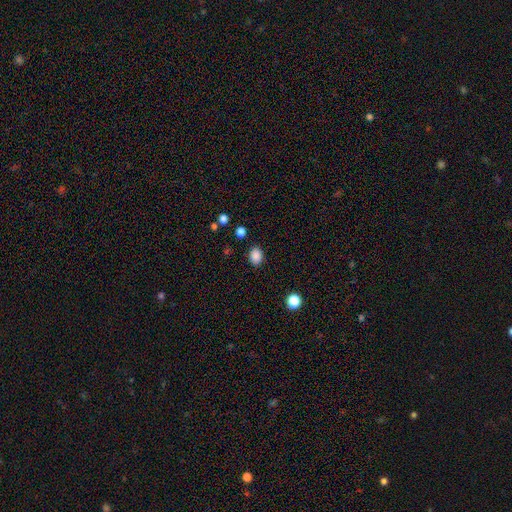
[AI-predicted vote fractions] The model was most divided on "how rounded": in between: 59%, round: 40%, cigar-shaped: 1%. More confident: merging — none (87%); smooth or featured — smooth (87%).